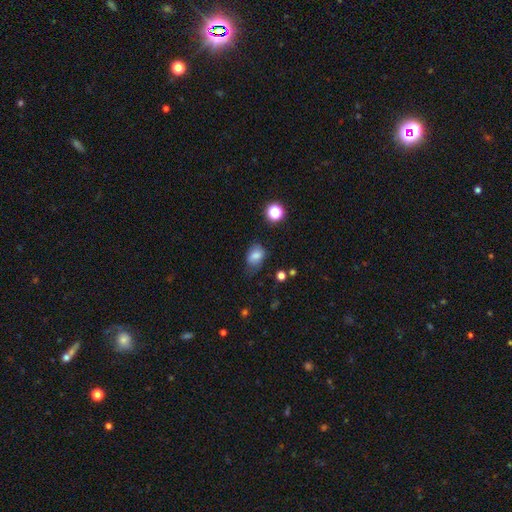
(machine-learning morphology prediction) The model was most divided on "merging": none: 53%, minor disturbance: 32%, major disturbance: 12%, merger: 3%. More confident: smooth or featured — smooth (77%); how rounded — in between (76%).